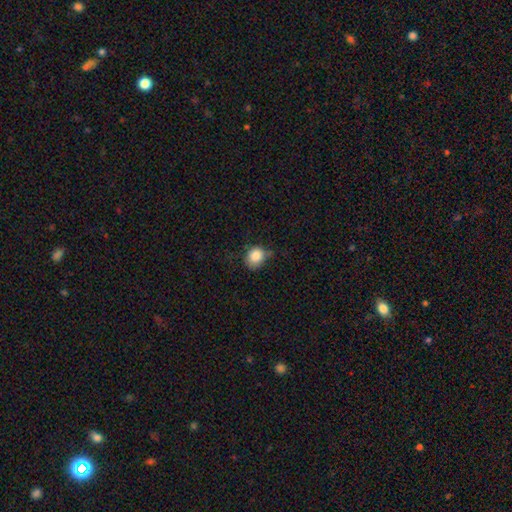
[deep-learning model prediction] smooth_or_featured: smooth (p=0.85) [alt: star or artifact p=0.09]
how_rounded: round (p=0.65) [alt: in between p=0.34]
merging: none (p=0.51) [alt: minor disturbance p=0.36]